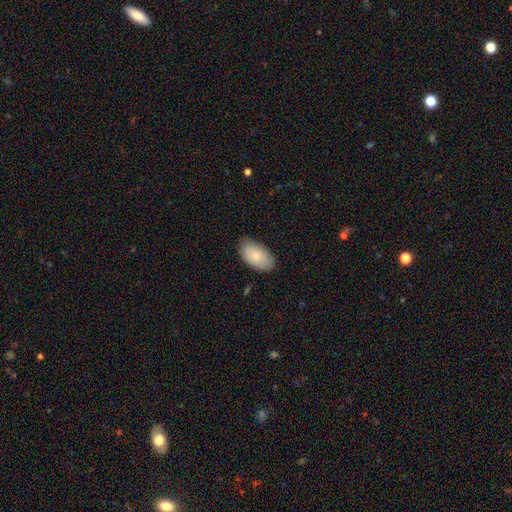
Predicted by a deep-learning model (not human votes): This appears to be a smooth galaxy with no disk features (79%) that is in between round and cigar-shaped (95%). Merging: none (81%).